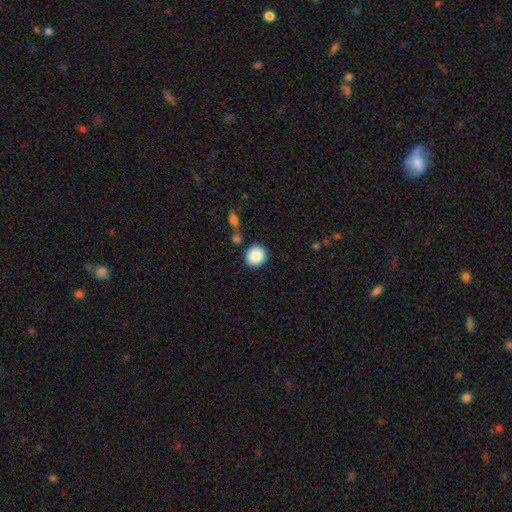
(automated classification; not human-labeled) Smooth or featured?
  - smooth: 88% *
  - star or artifact: 8%
  - featured or disk: 4%
How rounded?
  - round: 89% *
  - in between: 10%
  - cigar-shaped: 1%
Merging?
  - none: 82% *
  - minor disturbance: 8%
  - merger: 7%
  - major disturbance: 3%